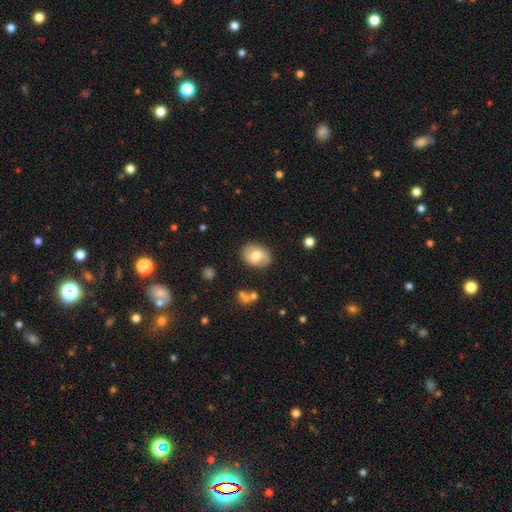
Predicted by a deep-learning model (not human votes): Smooth or featured?
  - smooth: 52% *
  - featured or disk: 40%
  - star or artifact: 8%
How rounded?
  - in between: 65% *
  - round: 34%
  - cigar-shaped: 1%
Merging?
  - none: 81% *
  - minor disturbance: 14%
  - major disturbance: 4%
  - merger: 2%